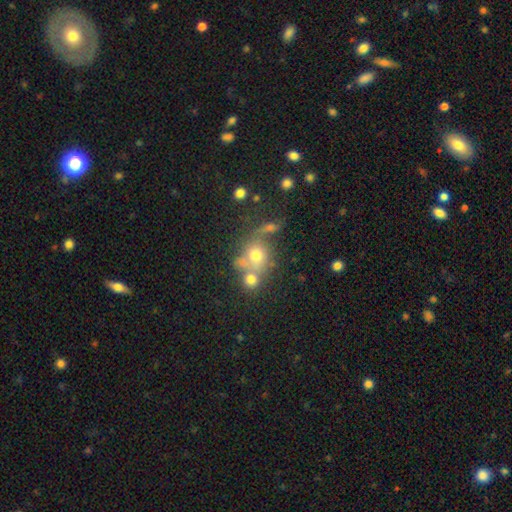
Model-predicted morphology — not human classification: The model was most divided on "merging": none: 40%, merger: 38%, minor disturbance: 12%, major disturbance: 10%. More confident: how rounded — round (73%); smooth or featured — smooth (61%).